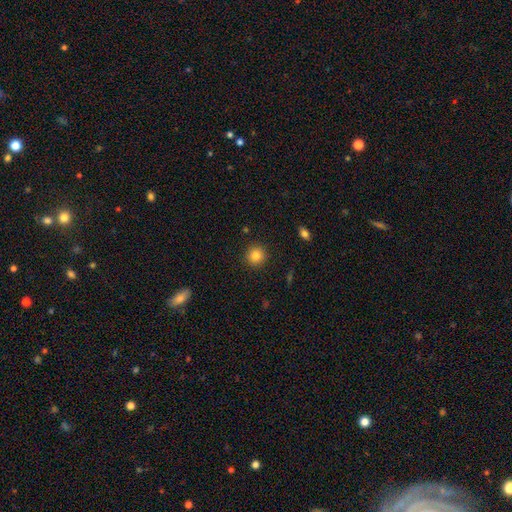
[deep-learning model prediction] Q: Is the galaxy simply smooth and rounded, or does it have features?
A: smooth — 84%.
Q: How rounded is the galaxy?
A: round — 93%.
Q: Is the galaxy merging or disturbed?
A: none — 92%.